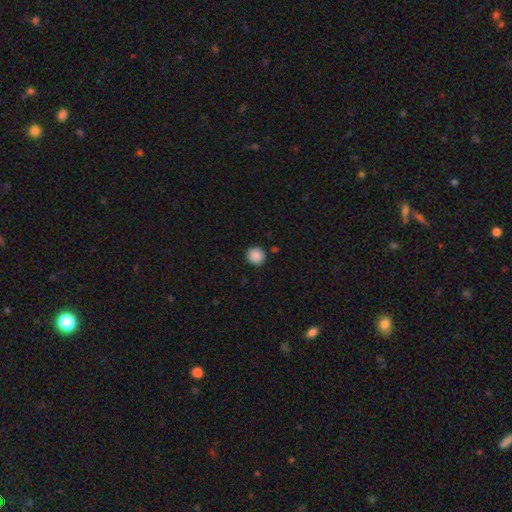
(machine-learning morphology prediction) Smooth or featured: smooth — 89% (star or artifact — 9%)
How rounded: round — 94% (in between — 5%)
Merging: none — 91% (minor disturbance — 6%)